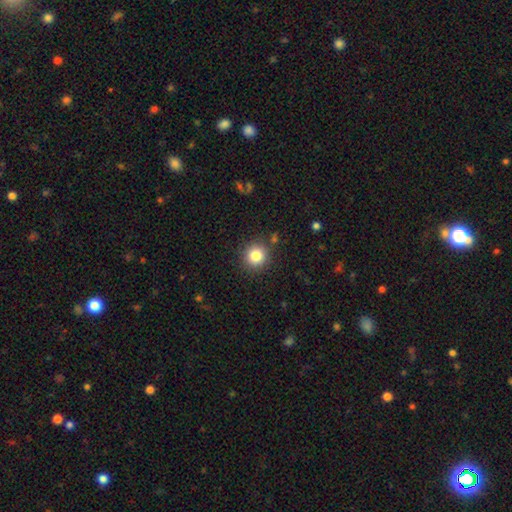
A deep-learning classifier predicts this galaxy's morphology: Overall: smooth (83%). How rounded: round (91%). Merging: none (88%).